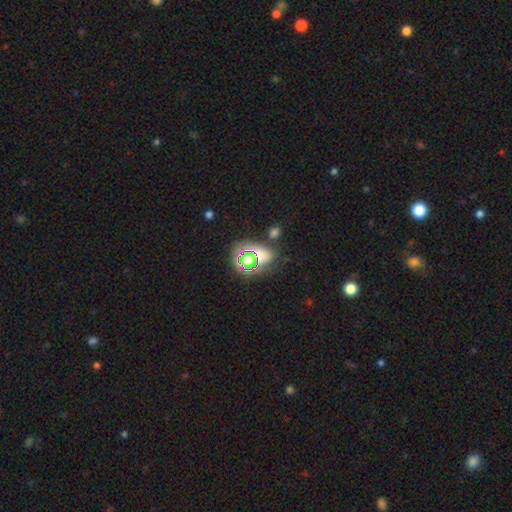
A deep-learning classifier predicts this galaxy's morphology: Q: Smooth or featured?
A: star or artifact (48%); runner-up: smooth (41%)